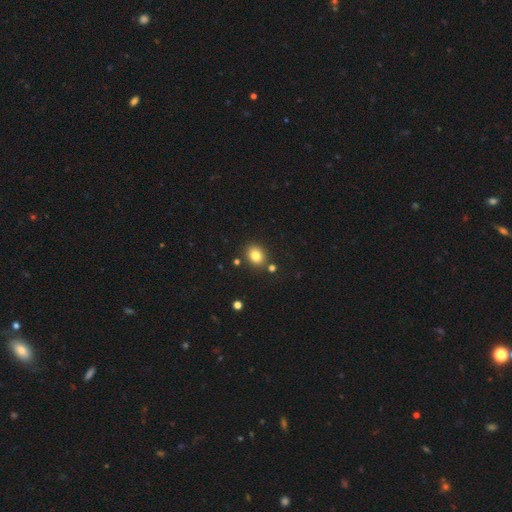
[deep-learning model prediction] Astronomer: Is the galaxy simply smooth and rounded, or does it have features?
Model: smooth — 81%.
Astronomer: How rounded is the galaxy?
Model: round — 51% (runner-up: in between, 48%).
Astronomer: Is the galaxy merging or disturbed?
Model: none — 82%.